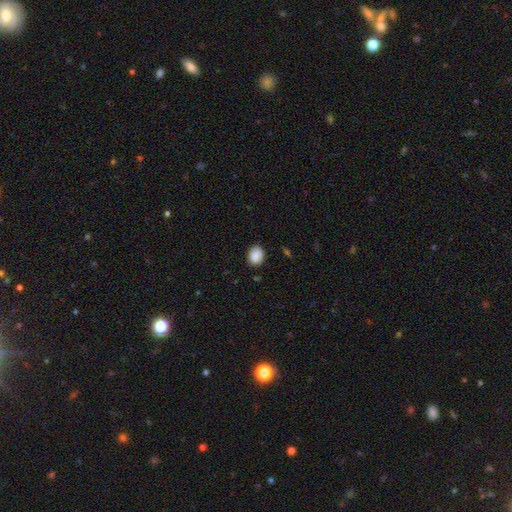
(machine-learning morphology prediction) smooth_or_featured: smooth (p=0.89) [alt: star or artifact p=0.08]
how_rounded: round (p=0.50) [alt: in between p=0.49]
merging: none (p=0.84) [alt: minor disturbance p=0.12]